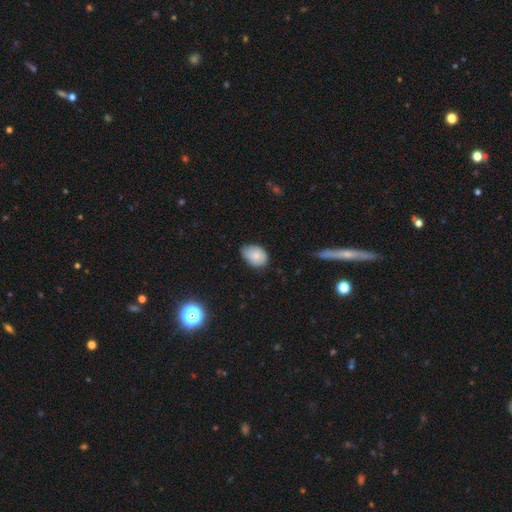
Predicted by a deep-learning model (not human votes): Morphology: type=smooth (81%); roundness=in between (79%); merging=none (58%).